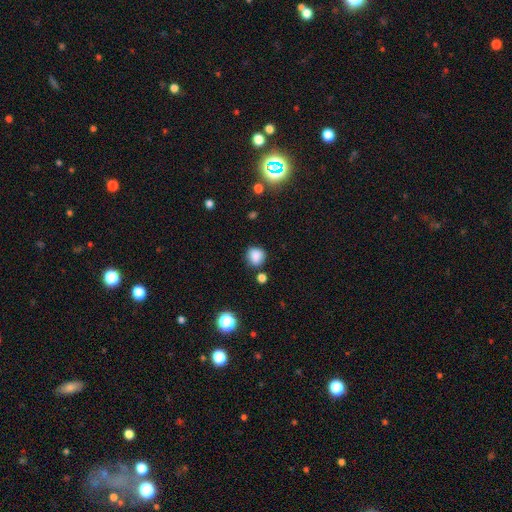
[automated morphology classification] A smooth galaxy with no disk features (84%) that is round (81%). Merging: none (74%).